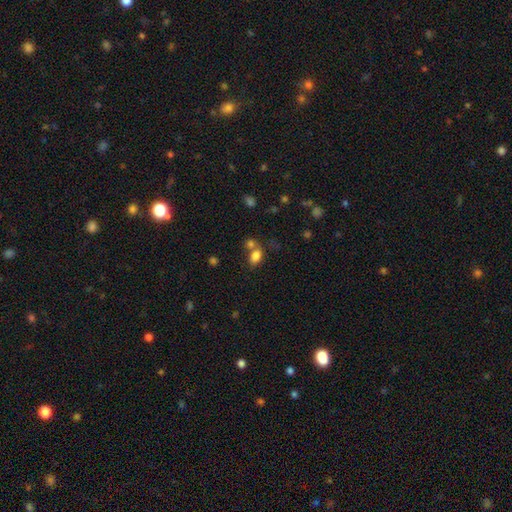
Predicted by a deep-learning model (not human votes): A smooth galaxy with no disk features (81%) that is in between round and cigar-shaped (79%). Merging: none (48%).